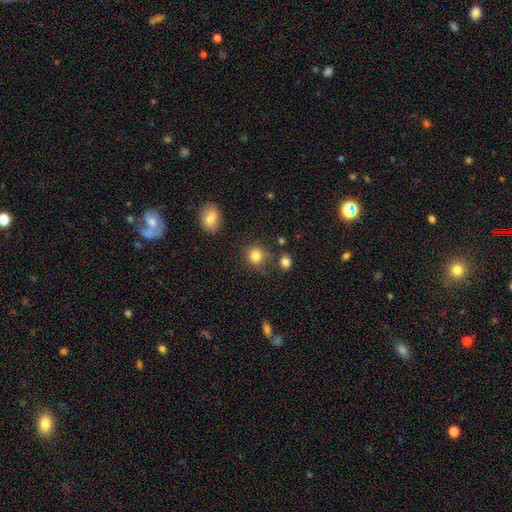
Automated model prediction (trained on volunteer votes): Q: Smooth or featured?
A: smooth (83%); runner-up: star or artifact (12%)
Q: How rounded?
A: round (88%); runner-up: in between (11%)
Q: Merging?
A: none (78%); runner-up: minor disturbance (12%)